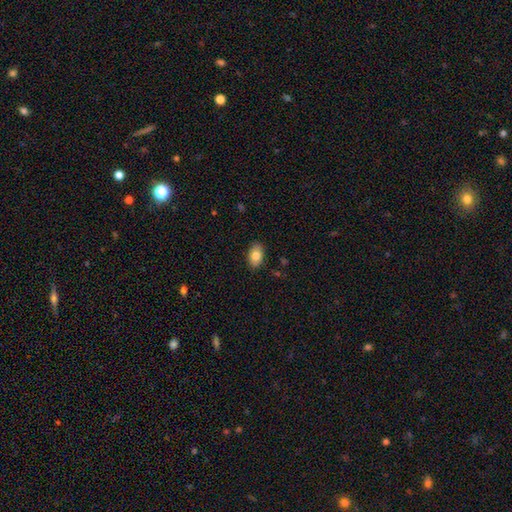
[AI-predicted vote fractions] This is clearly a smooth galaxy (81%). How rounded: clearly in between (89%). Merging: clearly none (87%).